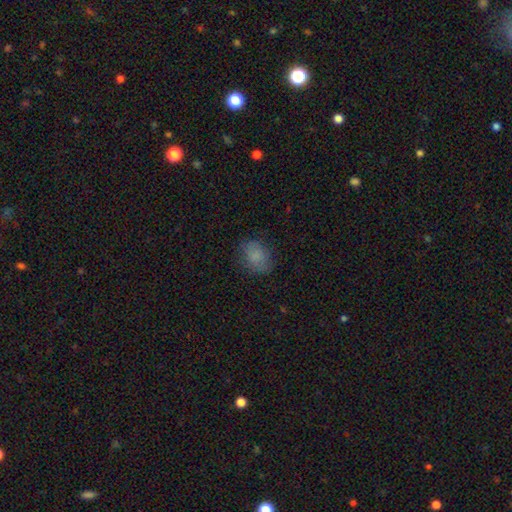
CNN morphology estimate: This is likely a smooth galaxy (80%). How rounded: likely in between (65%). Merging: likely none (75%).